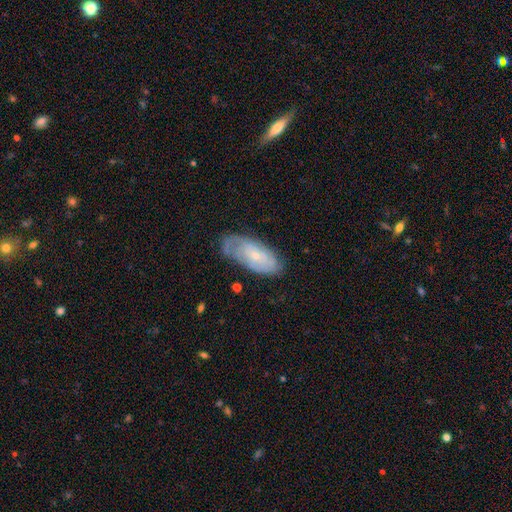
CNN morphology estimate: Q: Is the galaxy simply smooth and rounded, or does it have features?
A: featured or disk — 59%.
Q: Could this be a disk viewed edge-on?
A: no — 91%.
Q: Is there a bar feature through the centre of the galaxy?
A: no — 75%.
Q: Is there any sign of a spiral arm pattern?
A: yes — 75%.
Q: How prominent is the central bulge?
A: small — 75%.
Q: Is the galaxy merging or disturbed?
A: none — 60%.